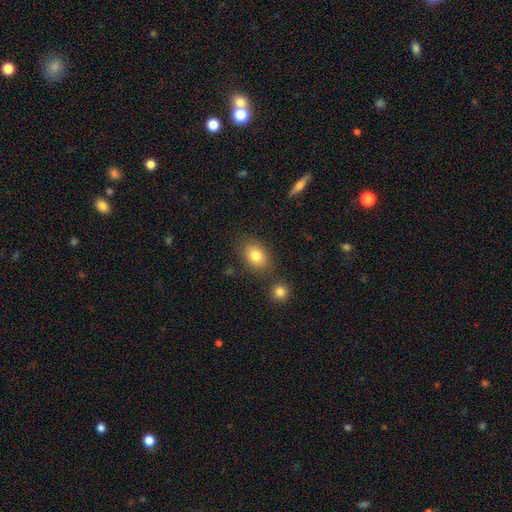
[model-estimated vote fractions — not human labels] The model was most divided on "how rounded": in between: 76%, round: 23%, cigar-shaped: 1%. More confident: smooth or featured — smooth (81%); merging — none (77%).